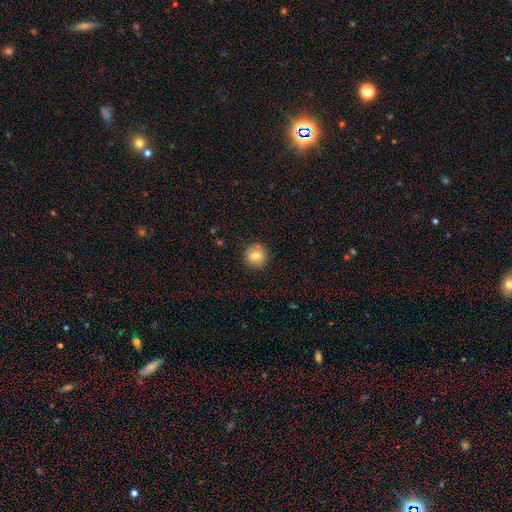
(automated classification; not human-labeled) Smooth or featured?
  - smooth: 79% *
  - featured or disk: 12%
  - star or artifact: 10%
How rounded?
  - round: 95% *
  - in between: 4%
  - cigar-shaped: 1%
Merging?
  - none: 88% *
  - minor disturbance: 8%
  - merger: 2%
  - major disturbance: 2%